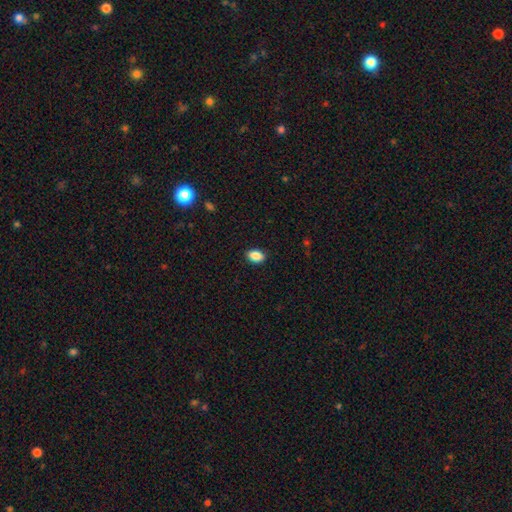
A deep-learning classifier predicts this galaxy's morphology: A smooth galaxy with no disk features (89%) that is in between round and cigar-shaped (87%). Merging: none (89%).